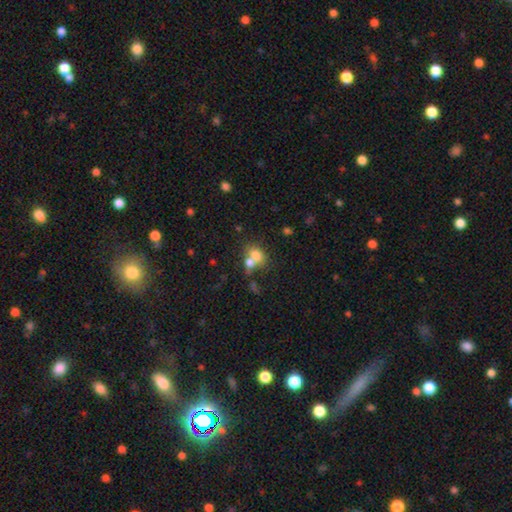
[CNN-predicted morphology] A smooth galaxy with no disk features (71%) that is in between round and cigar-shaped (50%). Merging: merger (55%).